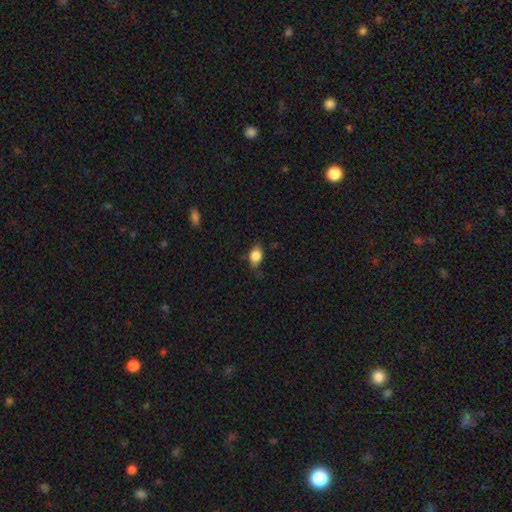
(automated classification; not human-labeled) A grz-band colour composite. It shows a smooth galaxy with no disk features (83%) that is in between round and cigar-shaped (75%). Merging: none (59%).